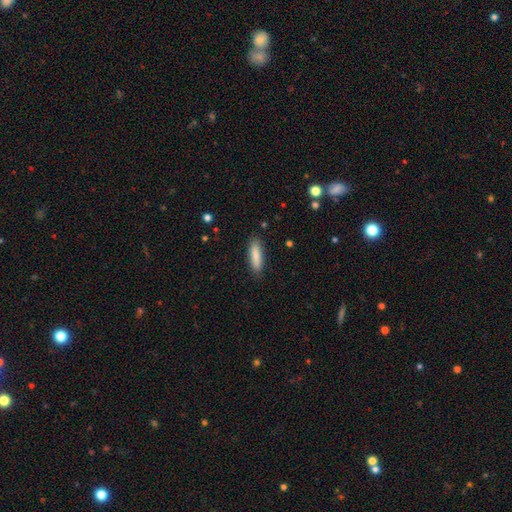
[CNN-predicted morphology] Q: Smooth or featured?
A: smooth (85%); runner-up: featured or disk (8%)
Q: How rounded?
A: cigar-shaped (65%); runner-up: in between (33%)
Q: Merging?
A: none (87%); runner-up: minor disturbance (10%)